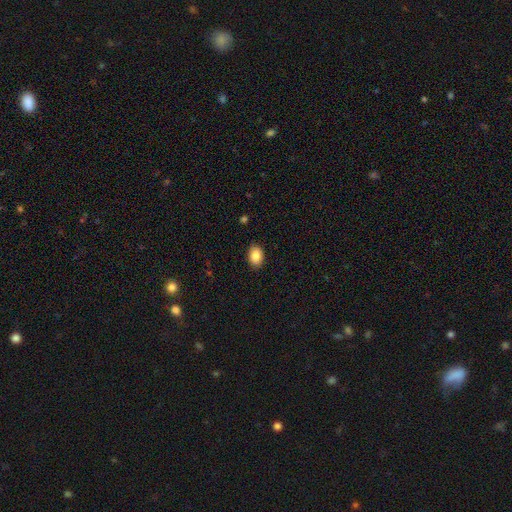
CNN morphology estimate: Smooth or featured?
  - smooth: 86% *
  - star or artifact: 8%
  - featured or disk: 6%
How rounded?
  - in between: 79% *
  - round: 20%
  - cigar-shaped: 1%
Merging?
  - none: 88% *
  - minor disturbance: 9%
  - major disturbance: 2%
  - merger: 1%